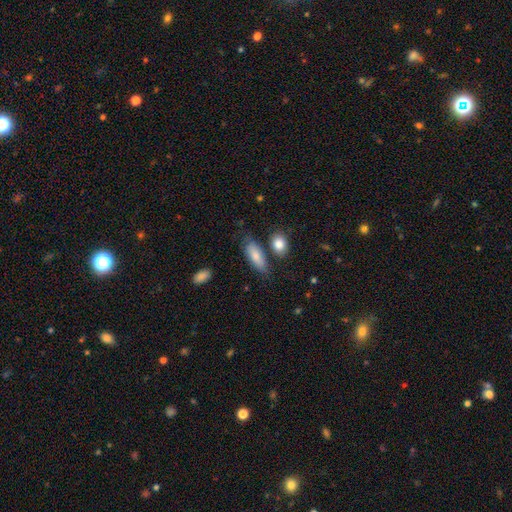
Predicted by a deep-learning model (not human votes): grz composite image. It shows a smooth galaxy with no disk features (79%) that is in between round and cigar-shaped (73%). Merging: none (64%).